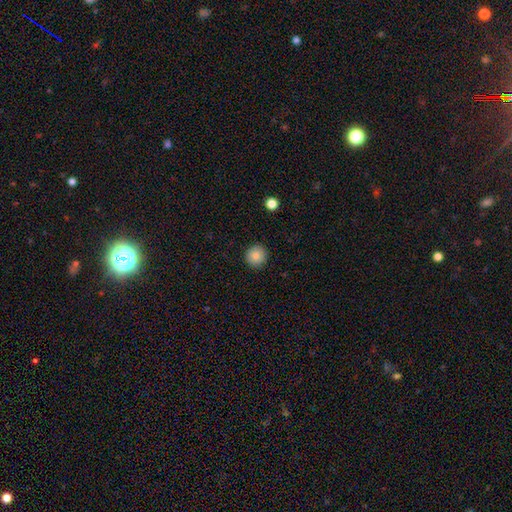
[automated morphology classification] Smooth or featured? smooth (86%)
How rounded? round (95%)
Merging? none (92%)